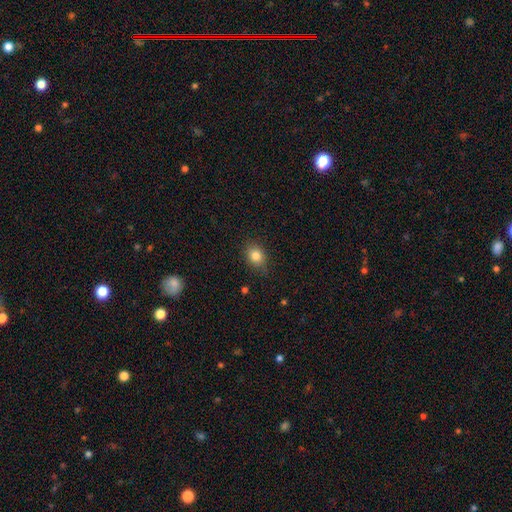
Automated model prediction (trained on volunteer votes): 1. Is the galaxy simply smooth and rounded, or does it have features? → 83% smooth, 10% star or artifact, 7% featured or disk.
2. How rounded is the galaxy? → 51% in between, 48% round, 1% cigar-shaped.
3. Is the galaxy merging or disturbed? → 84% none, 12% minor disturbance, 3% major disturbance, 1% merger.